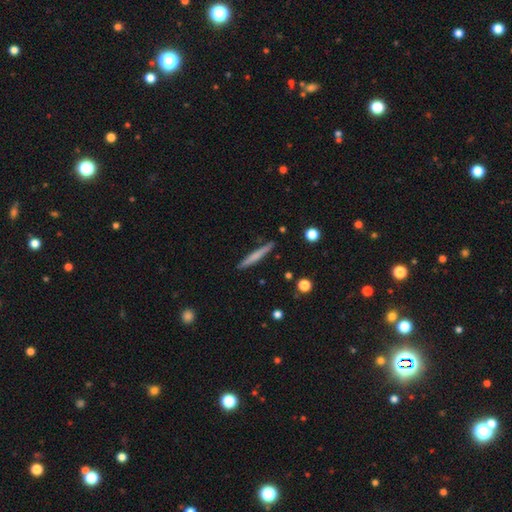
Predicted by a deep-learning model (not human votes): smooth_or_featured: smooth (p=0.59) [alt: featured or disk p=0.36]
how_rounded: cigar-shaped (p=0.96) [alt: in between p=0.03]
merging: none (p=0.89) [alt: minor disturbance p=0.08]